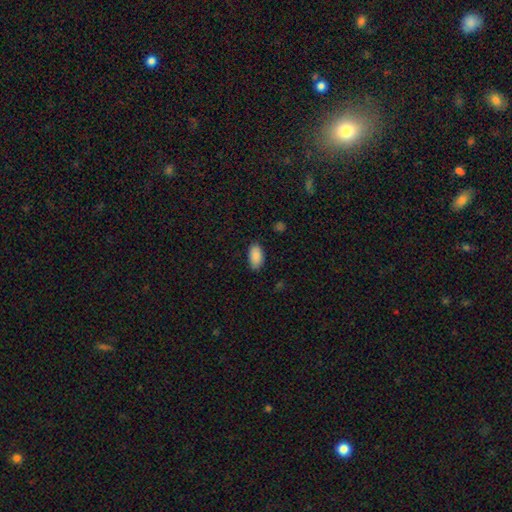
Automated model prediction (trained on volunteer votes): Smooth or featured?
  - smooth: 89% *
  - star or artifact: 7%
  - featured or disk: 4%
How rounded?
  - in between: 94% *
  - round: 3%
  - cigar-shaped: 2%
Merging?
  - none: 84% *
  - minor disturbance: 12%
  - major disturbance: 3%
  - merger: 1%